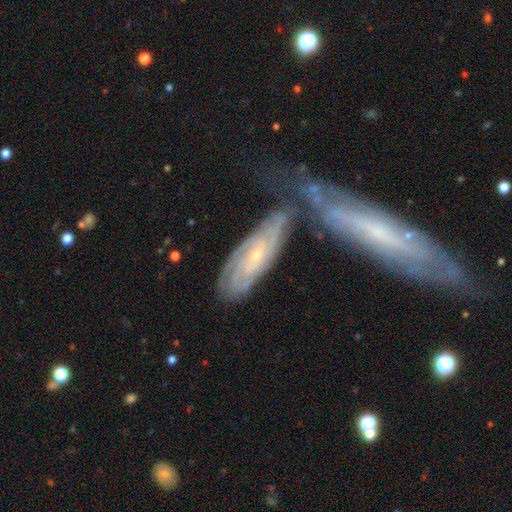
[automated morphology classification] A featured or disk galaxy (78%) with no bar (66%), tight (73%) spiral arms (91%) and a small central bulge (75%).

Vote fractions:
- Smooth or featured? featured or disk: 78% / smooth: 16% / star or artifact: 7%
- Edge-on disk? no: 85% / yes: 15%
- Bar? no: 66% / weak: 27% / strong: 7%
- Spiral arms? yes: 91% / no: 9%
- Spiral winding? tight: 73% / medium: 21% / loose: 5%
- Spiral arm count? can't tell: 50% / 3: 14% / 2: 13% / 4: 13% / more than 4: 6% / 1: 4%
- Bulge size? small: 75% / moderate: 20% / none: 3% / large: 1% / dominant: 1%
- Merging? none: 54% / minor disturbance: 20% / merger: 18% / major disturbance: 8%